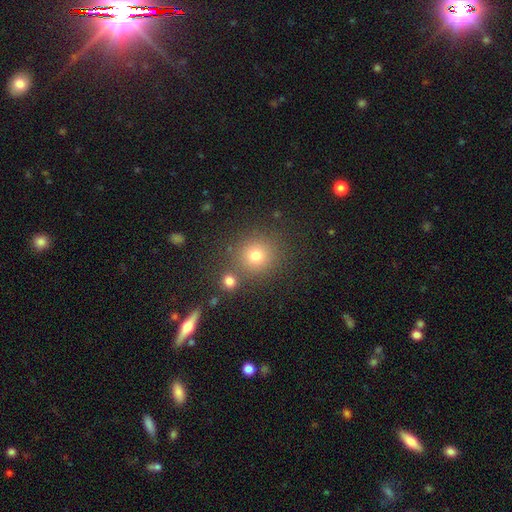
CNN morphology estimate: Overall: smooth (76%). How rounded: round (90%). Merging: none (78%).